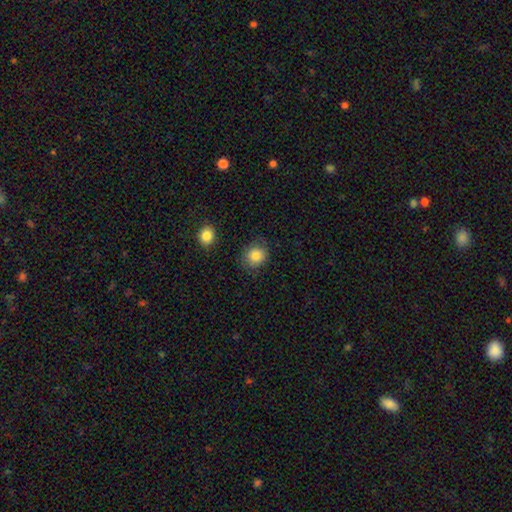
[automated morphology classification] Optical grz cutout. It shows a smooth galaxy with no disk features (83%) that is round (78%). Merging: none (80%).